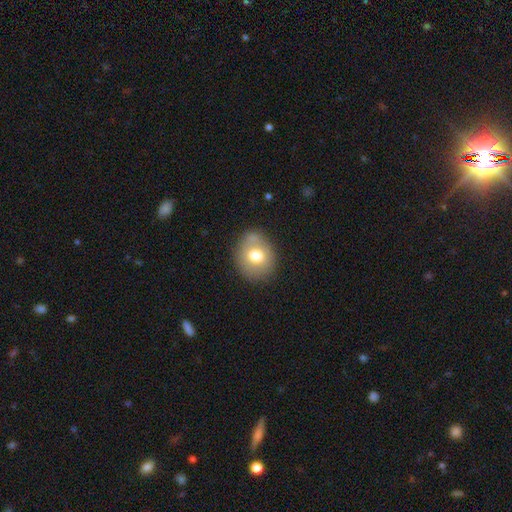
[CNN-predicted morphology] smooth_or_featured: smooth (p=0.71) [alt: featured or disk p=0.19]
how_rounded: round (p=0.67) [alt: in between p=0.32]
merging: none (p=0.76) [alt: minor disturbance p=0.15]